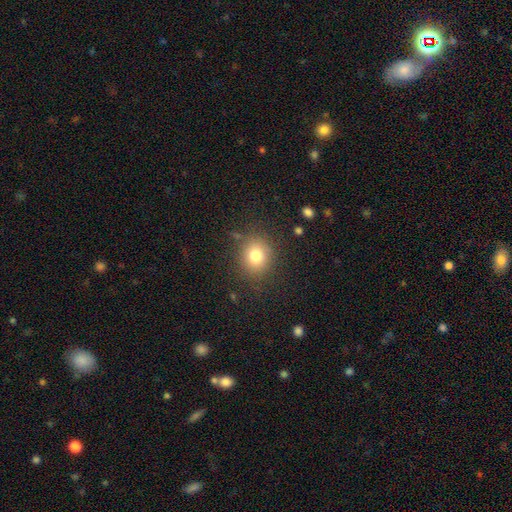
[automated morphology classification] This appears to be a smooth galaxy with no disk features (78%) that is round (71%). Merging: none (84%).